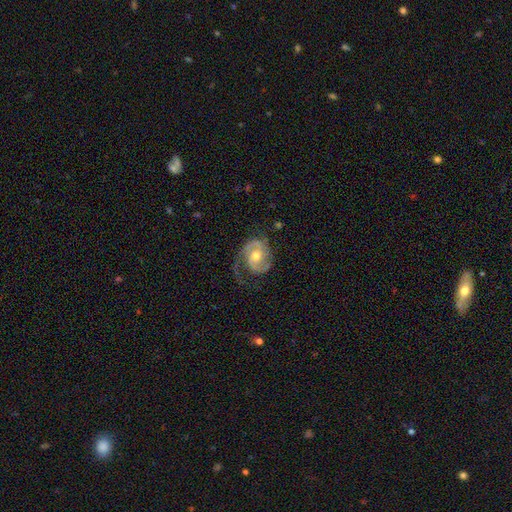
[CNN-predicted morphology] Smooth or featured: featured or disk — 85% (smooth — 10%)
Edge-on disk: no — 98% (yes — 2%)
Bar: no — 60% (weak — 32%)
Spiral arms: yes — 96% (no — 4%)
Spiral winding: medium — 46% (tight — 32%)
Spiral arm count: 2 — 75% (1 — 12%)
Bulge size: moderate — 68% (small — 26%)
Merging: none — 56% (minor disturbance — 22%)